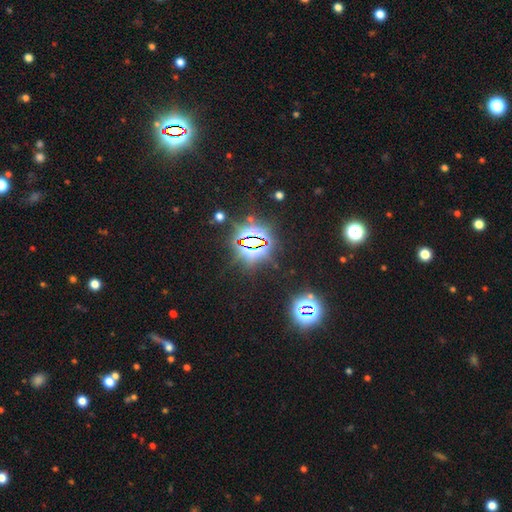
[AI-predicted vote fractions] Q: Smooth or featured?
A: star or artifact (83%); runner-up: smooth (9%)